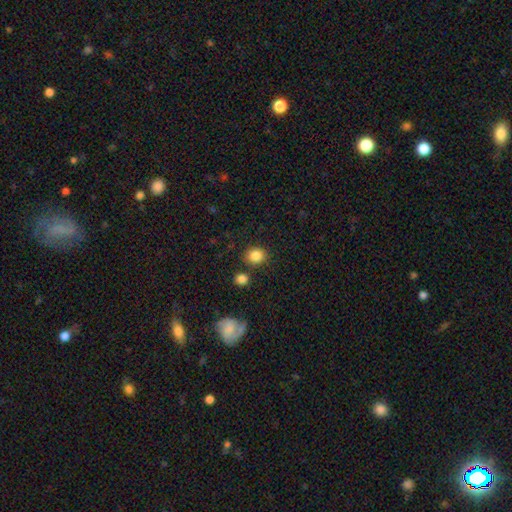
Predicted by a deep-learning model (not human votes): This is clearly a smooth galaxy (86%). How rounded: likely round (71%). Merging: clearly none (81%).